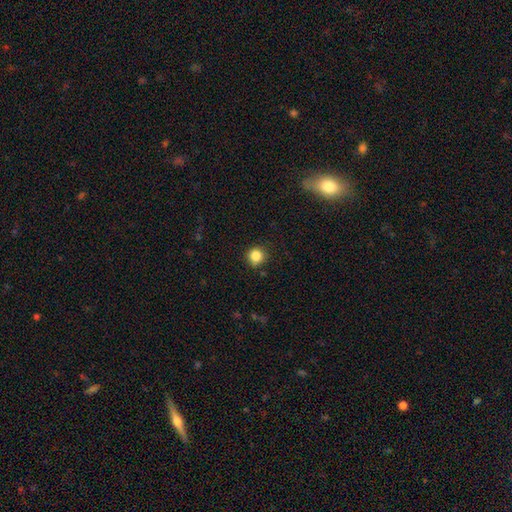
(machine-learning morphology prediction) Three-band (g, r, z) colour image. It shows a smooth galaxy with no disk features (84%) that is round (92%). Merging: none (85%).